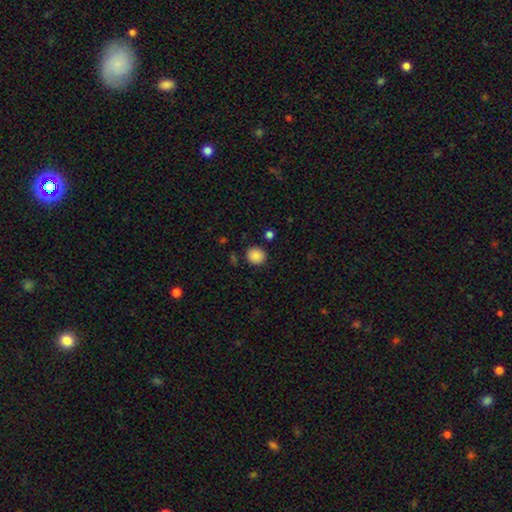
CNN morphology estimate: smooth_or_featured: smooth (p=0.87) [alt: star or artifact p=0.09]
how_rounded: round (p=0.88) [alt: in between p=0.12]
merging: none (p=0.87) [alt: minor disturbance p=0.08]